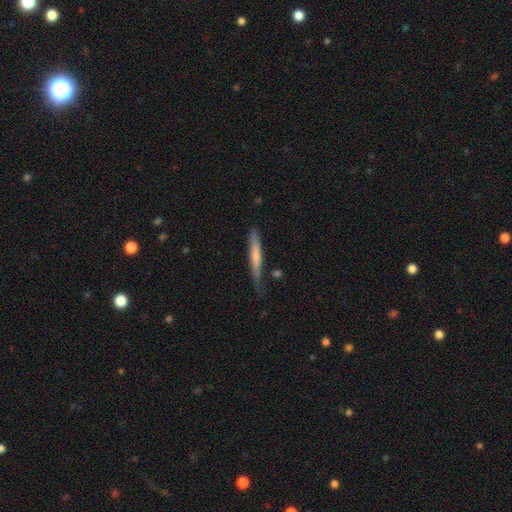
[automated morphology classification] smooth 64%, featured or disk 30%, star or artifact 5%. Down the decision tree: how rounded — cigar-shaped (93%); merging — none (65%).